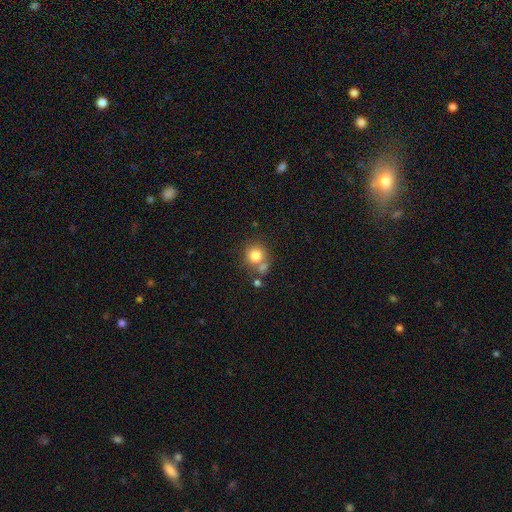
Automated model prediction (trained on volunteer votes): A smooth galaxy with no disk features (80%) that is round (87%). Merging: none (56%).